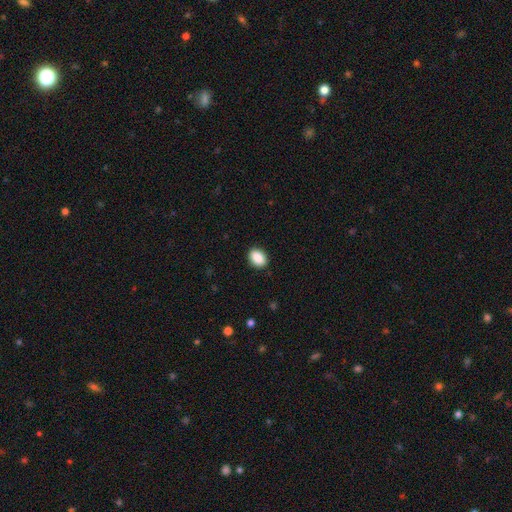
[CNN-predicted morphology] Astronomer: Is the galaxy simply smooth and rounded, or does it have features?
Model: smooth — 89%.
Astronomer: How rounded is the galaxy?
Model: in between — 81%.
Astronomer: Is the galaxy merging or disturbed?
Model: none — 89%.